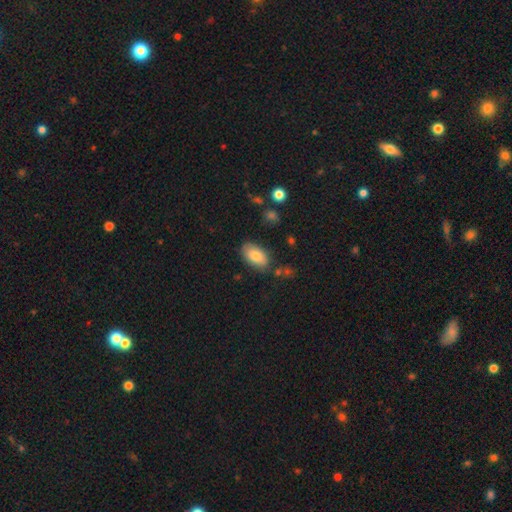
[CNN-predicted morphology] Smooth or featured? Predicted: smooth (p=0.82). How rounded? Predicted: in between (p=0.94). Merging? Predicted: none (p=0.78).